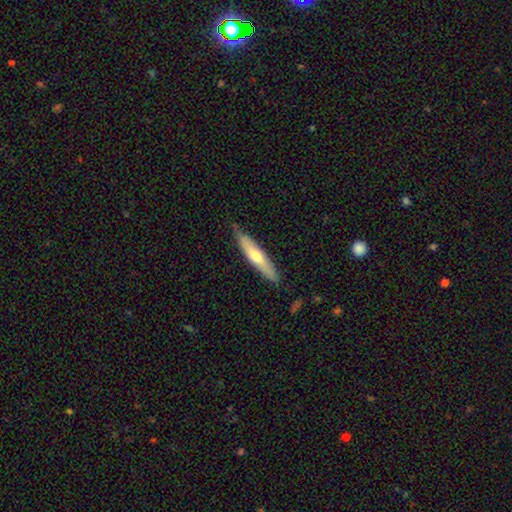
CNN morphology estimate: Smooth or featured?
  - smooth: 54% *
  - featured or disk: 41%
  - star or artifact: 5%
How rounded?
  - cigar-shaped: 84% *
  - in between: 14%
  - round: 1%
Merging?
  - none: 80% *
  - minor disturbance: 16%
  - major disturbance: 2%
  - merger: 1%